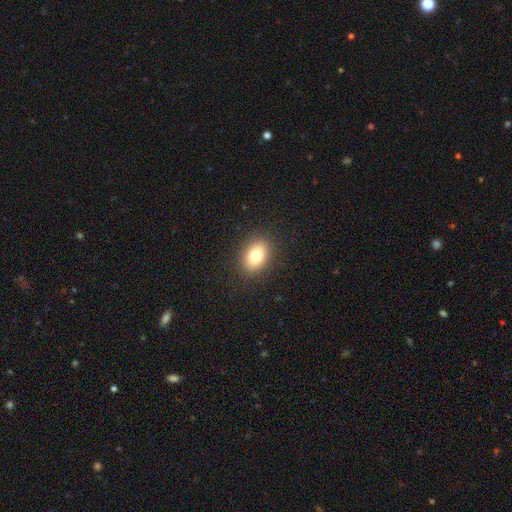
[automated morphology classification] smooth 79%, featured or disk 11%, star or artifact 10%. Down the decision tree: how rounded — in between (74%); merging — none (88%).